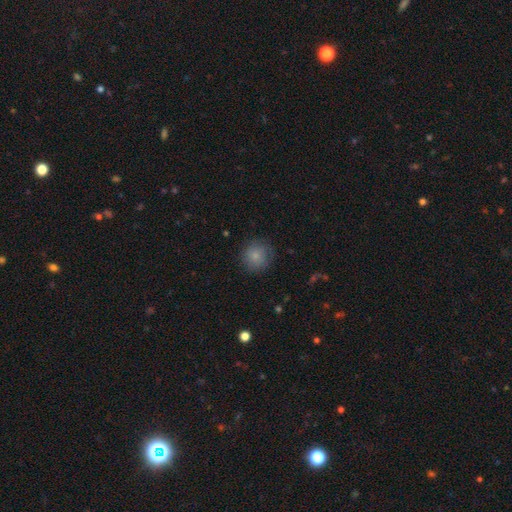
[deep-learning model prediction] smooth-or-featured: smooth: 83% | featured or disk: 9% | star or artifact: 8%
  how-rounded: round: 91% | in between: 8% | cigar-shaped: 1%
  merging: none: 81% | minor disturbance: 14% | major disturbance: 4% | merger: 1%